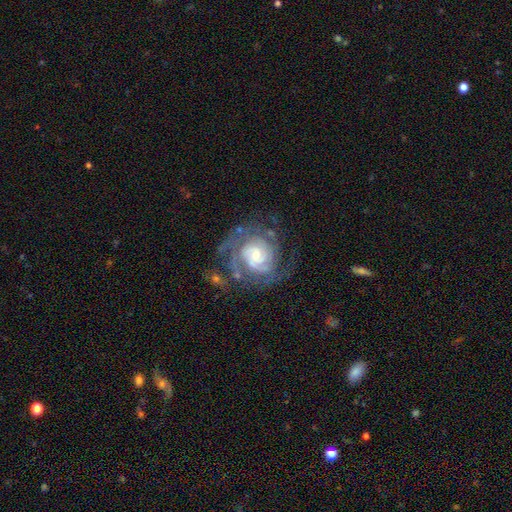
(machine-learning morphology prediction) Overall: featured or disk (86%). Edge-on disk: no (98%). Bar: no (58%; weak 35%). Spiral arms: yes (96%). Spiral arm count: can't tell (29%; 2 27%). Spiral winding: tight (66%; medium 28%). Bulge size: small (52%; moderate 38%). Merging: none (63%).